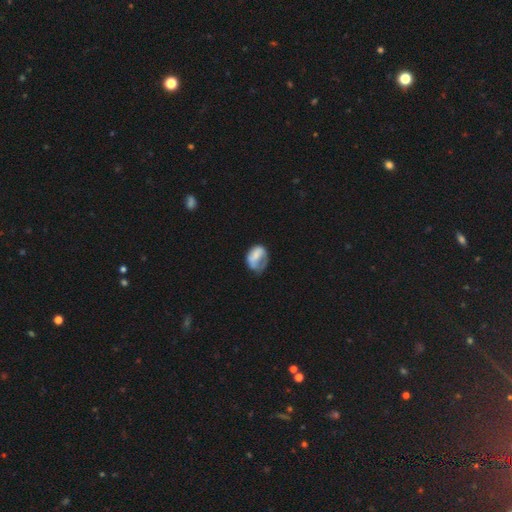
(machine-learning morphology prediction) Q: Smooth or featured?
A: smooth (62%); runner-up: featured or disk (30%)
Q: How rounded?
A: in between (67%); runner-up: round (31%)
Q: Merging?
A: major disturbance (33%); tied with: minor disturbance (33%)